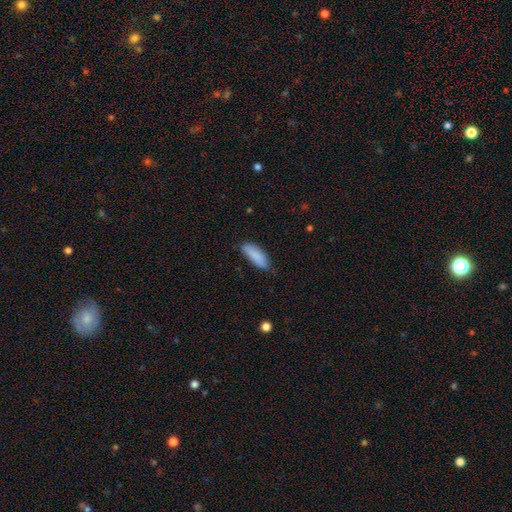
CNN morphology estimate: type=smooth (87%); roundness=in between (66%); merging=none (74%).